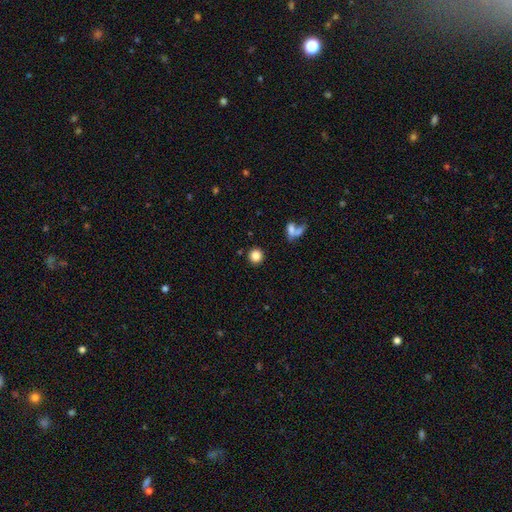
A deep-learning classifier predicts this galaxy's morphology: This is clearly a smooth galaxy (84%). How rounded: clearly round (93%). Merging: clearly none (87%).